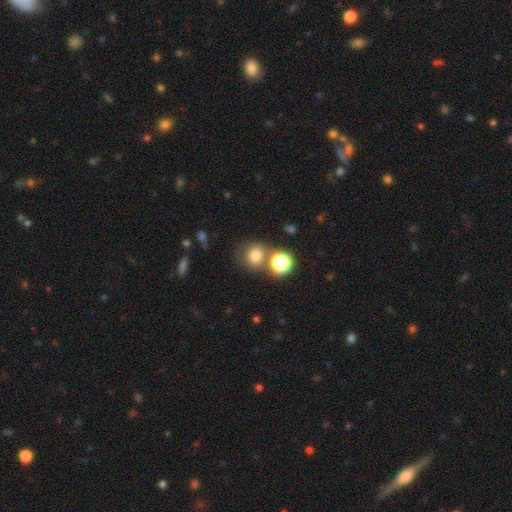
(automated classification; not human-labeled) smooth 75%, star or artifact 17%, featured or disk 9%. Down the decision tree: how rounded — round (80%); merging — none (64%).